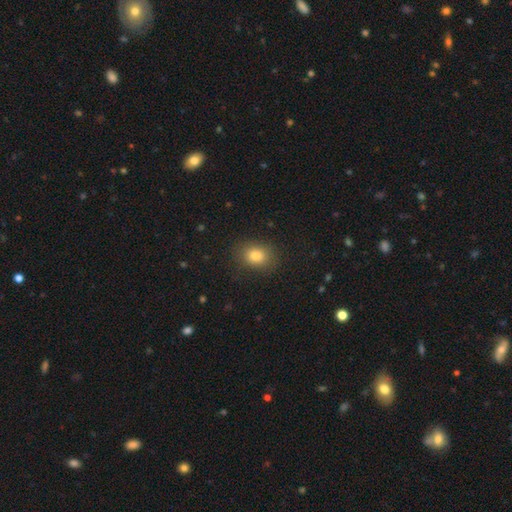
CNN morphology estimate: smooth-or-featured: smooth: 82% | star or artifact: 11% | featured or disk: 7%
  how-rounded: in between: 56% | round: 43% | cigar-shaped: 1%
  merging: none: 85% | minor disturbance: 11% | major disturbance: 3% | merger: 1%